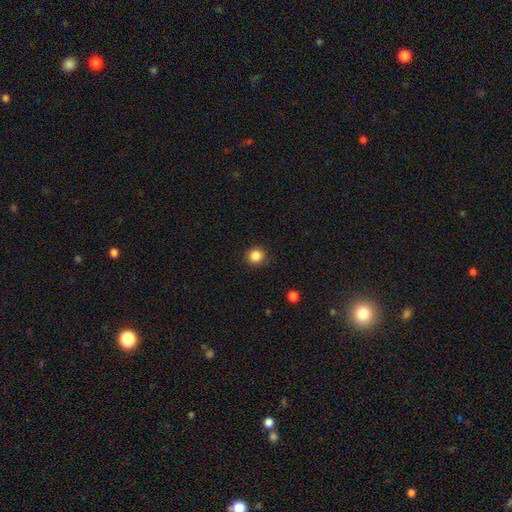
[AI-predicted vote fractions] smooth 86%, star or artifact 11%, featured or disk 3%. Down the decision tree: how rounded — round (92%); merging — none (90%).